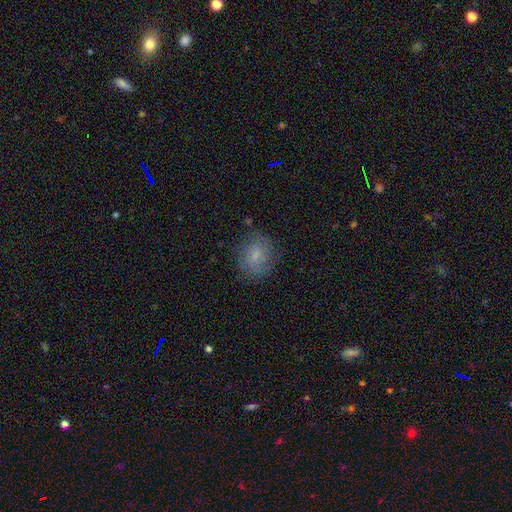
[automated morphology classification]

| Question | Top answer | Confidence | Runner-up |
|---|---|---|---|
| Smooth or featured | smooth | 63% | featured or disk (27%) |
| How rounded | round | 58% | in between (41%) |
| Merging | none | 75% | minor disturbance (17%) |